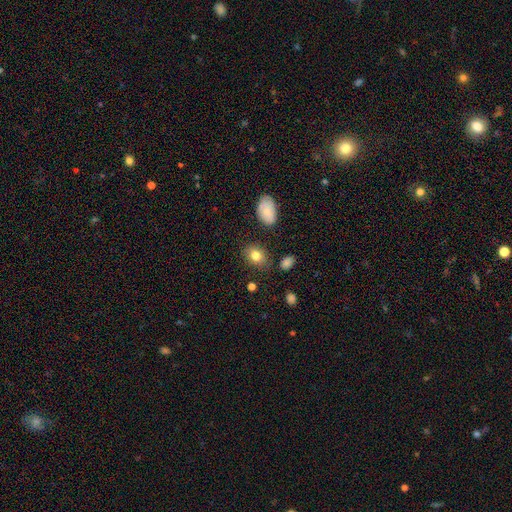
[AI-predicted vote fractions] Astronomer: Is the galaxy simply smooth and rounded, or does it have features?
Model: smooth — 80%.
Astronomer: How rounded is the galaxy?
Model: in between — 68%.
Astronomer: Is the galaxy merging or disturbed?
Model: none — 81%.